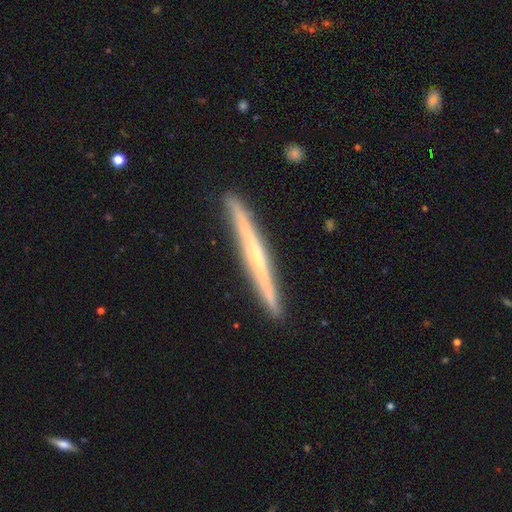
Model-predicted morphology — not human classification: featured or disk 67%, smooth 27%, star or artifact 6%. Down the decision tree: edge-on disk — yes (98%); edge-on bulge — none (61%); merging — none (92%).